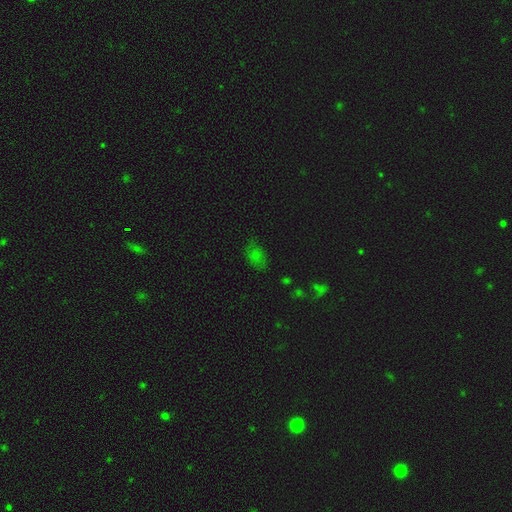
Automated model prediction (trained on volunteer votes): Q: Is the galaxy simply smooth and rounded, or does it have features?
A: smooth — 68%.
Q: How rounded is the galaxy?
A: in between — 80%.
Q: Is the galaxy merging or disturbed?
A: none — 66%.